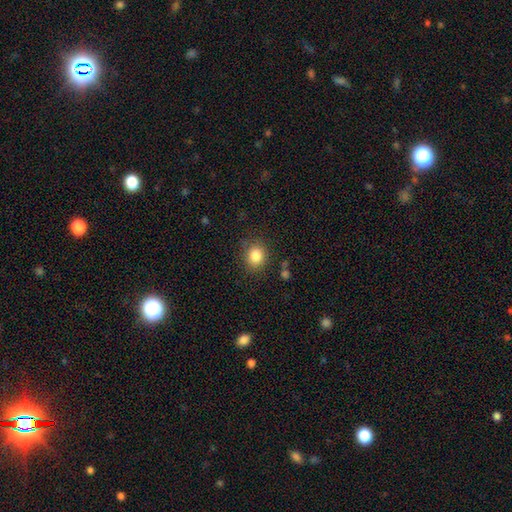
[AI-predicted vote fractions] Q: Smooth or featured?
A: smooth (84%); runner-up: star or artifact (10%)
Q: How rounded?
A: round (70%); runner-up: in between (30%)
Q: Merging?
A: none (82%); runner-up: minor disturbance (12%)